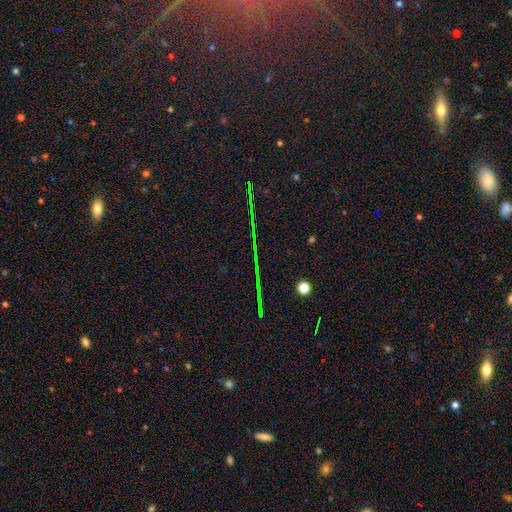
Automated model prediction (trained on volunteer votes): A star or artifact, not a galaxy (80%).

Vote fractions:
- Smooth or featured? star or artifact: 80% / smooth: 10% / featured or disk: 10%